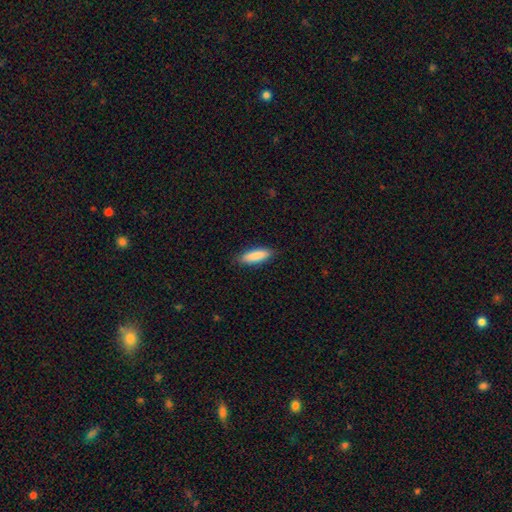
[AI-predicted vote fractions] Morphology: type=smooth (88%); roundness=cigar-shaped (53%); merging=none (88%).